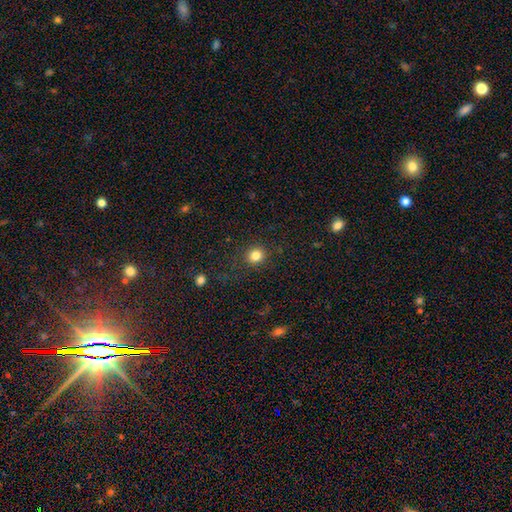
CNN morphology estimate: Smooth or featured?
  - smooth: 83% *
  - star or artifact: 12%
  - featured or disk: 5%
How rounded?
  - round: 83% *
  - in between: 17%
  - cigar-shaped: 1%
Merging?
  - none: 87% *
  - minor disturbance: 8%
  - major disturbance: 3%
  - merger: 1%